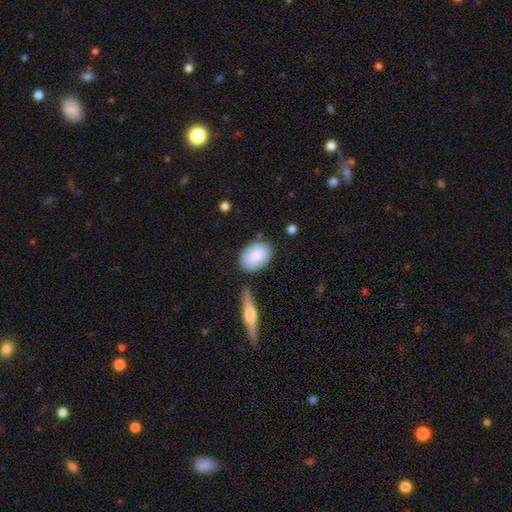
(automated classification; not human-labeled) smooth_or_featured: smooth (p=0.82) [alt: featured or disk p=0.13]
how_rounded: in between (p=0.83) [alt: round p=0.15]
merging: none (p=0.71) [alt: minor disturbance p=0.17]